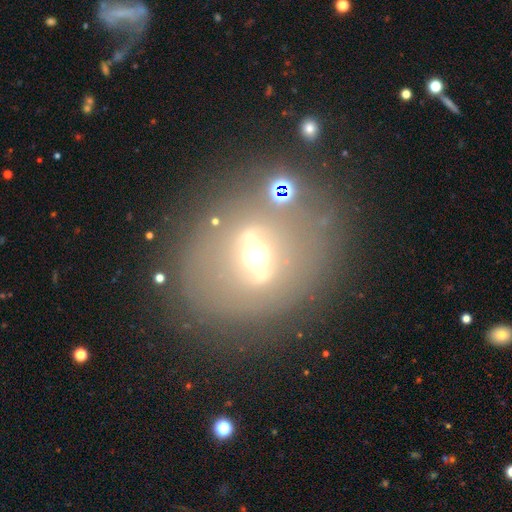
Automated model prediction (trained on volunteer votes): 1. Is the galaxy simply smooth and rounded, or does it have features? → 54% featured or disk, 29% smooth, 18% star or artifact.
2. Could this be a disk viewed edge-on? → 79% no, 21% yes.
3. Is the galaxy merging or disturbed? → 73% none, 13% minor disturbance, 8% major disturbance, 6% merger.